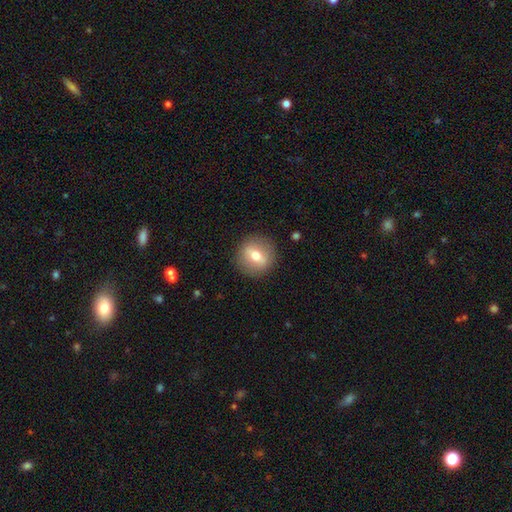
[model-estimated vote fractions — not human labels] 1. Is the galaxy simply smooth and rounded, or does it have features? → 55% smooth, 36% featured or disk, 9% star or artifact.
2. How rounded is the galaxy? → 87% round, 11% in between, 1% cigar-shaped.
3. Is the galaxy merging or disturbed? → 88% none, 8% minor disturbance, 3% major disturbance, 1% merger.